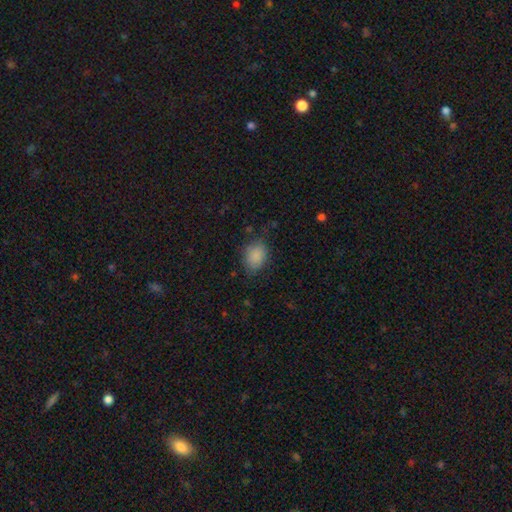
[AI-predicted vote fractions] Smooth or featured? Predicted: smooth (p=0.87). How rounded? Predicted: in between (p=0.62). Merging? Predicted: none (p=0.76).